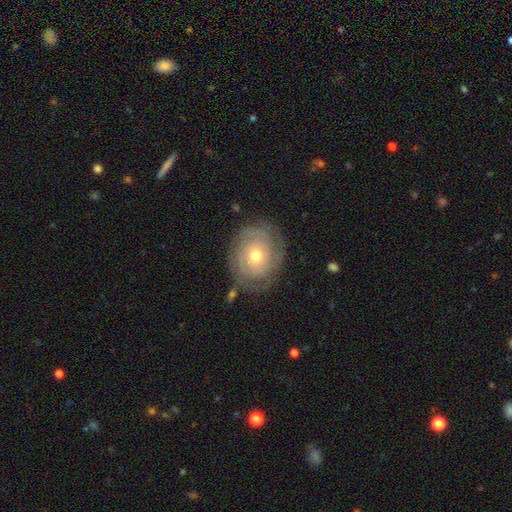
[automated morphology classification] Smooth or featured?
  - featured or disk: 72% *
  - smooth: 21%
  - star or artifact: 7%
Edge-on disk?
  - no: 97% *
  - yes: 3%
Bar?
  - no: 83% *
  - weak: 14%
  - strong: 3%
Spiral arms?
  - yes: 86% *
  - no: 14%
Spiral winding?
  - tight: 75% *
  - medium: 19%
  - loose: 6%
Spiral arm count?
  - can't tell: 40% *
  - 2: 25%
  - 3: 17%
  - 4: 7%
  - 1: 5%
  - more than 4: 5%
Bulge size?
  - moderate: 64% *
  - small: 31%
  - large: 3%
  - dominant: 1%
  - none: 1%
Merging?
  - none: 75% *
  - minor disturbance: 16%
  - major disturbance: 6%
  - merger: 2%